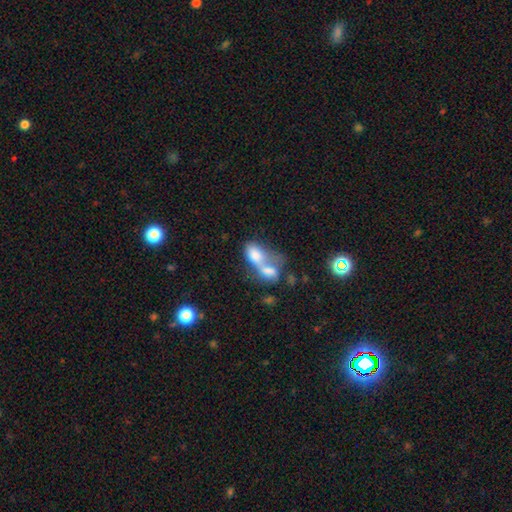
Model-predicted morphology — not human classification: This appears to be a smooth galaxy with no disk features (72%) that is in between round and cigar-shaped (85%). Merging: merger (76%).